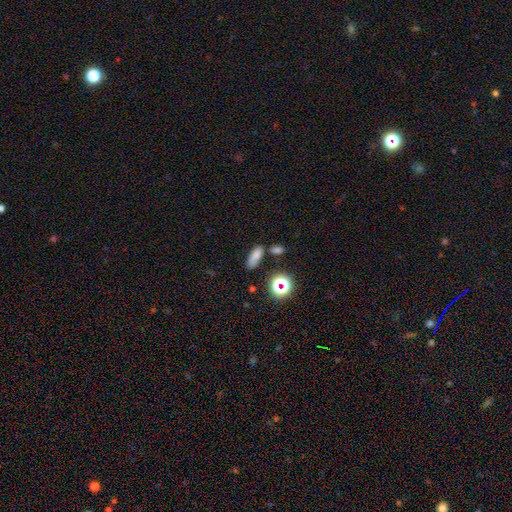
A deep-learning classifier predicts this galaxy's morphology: Smooth or featured?
  - smooth: 75% *
  - star or artifact: 18%
  - featured or disk: 7%
How rounded?
  - in between: 73% *
  - cigar-shaped: 17%
  - round: 9%
Merging?
  - none: 69% *
  - minor disturbance: 15%
  - merger: 11%
  - major disturbance: 5%